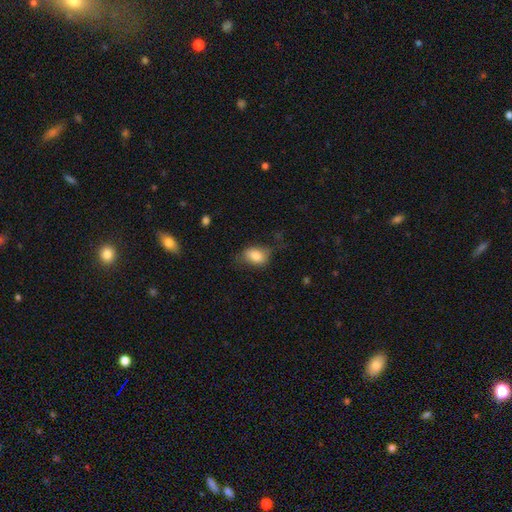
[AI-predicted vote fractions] Morphology: type=smooth (79%); roundness=in between (81%); merging=none (60%).